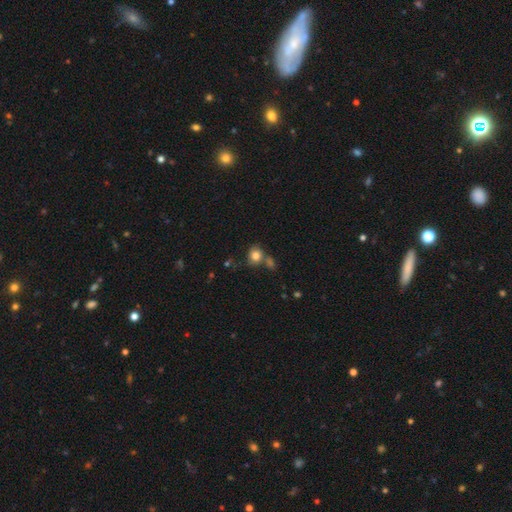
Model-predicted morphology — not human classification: Smooth or featured? Predicted: smooth (p=0.81). How rounded? Predicted: round (p=0.72). Merging? Predicted: none (p=0.56).